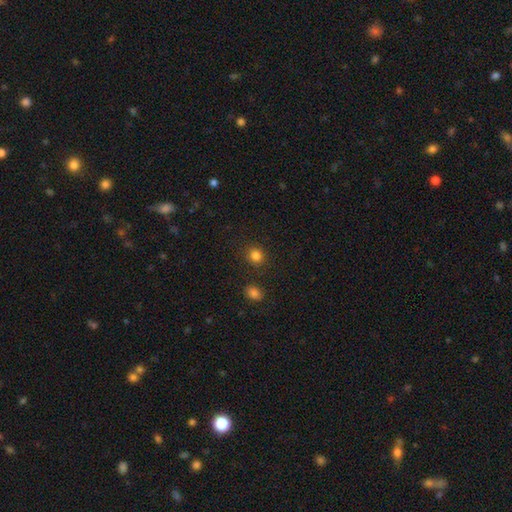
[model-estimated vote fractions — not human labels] This appears to be a smooth galaxy with no disk features (83%) that is round (83%). Merging: none (86%).